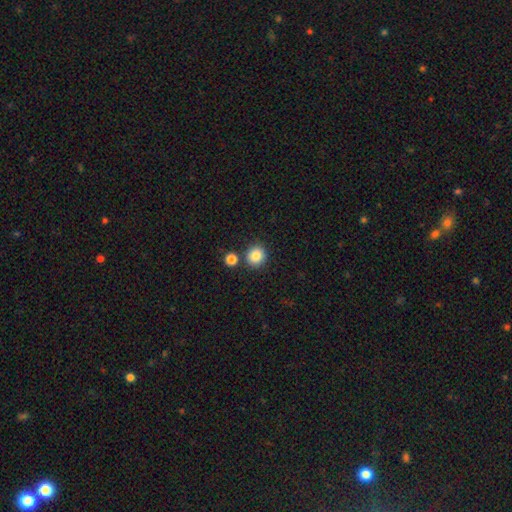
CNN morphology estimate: type=smooth (85%); roundness=round (89%); merging=none (82%).